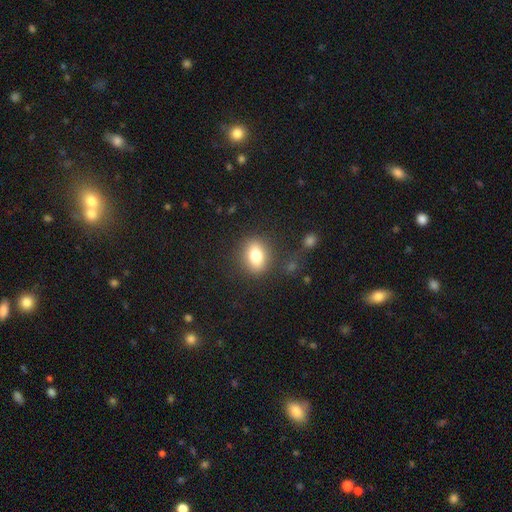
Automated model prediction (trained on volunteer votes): A smooth galaxy with no disk features (77%) that is in between round and cigar-shaped (62%).

Vote fractions:
- Smooth or featured? smooth: 77% / featured or disk: 14% / star or artifact: 10%
- How rounded? in between: 62% / round: 36% / cigar-shaped: 2%
- Merging? none: 83% / minor disturbance: 10% / major disturbance: 4% / merger: 3%